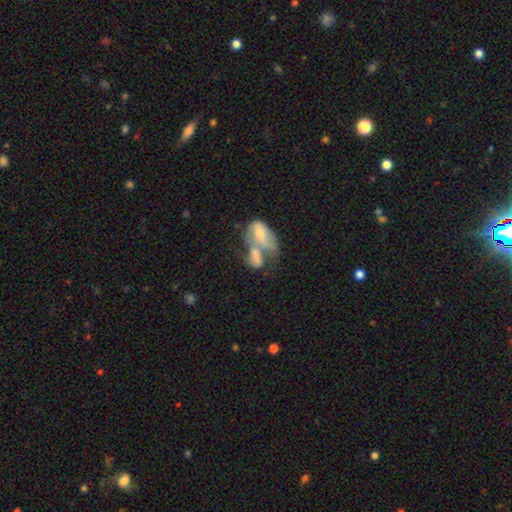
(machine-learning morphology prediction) A smooth galaxy with no disk features (53%) that is in between round and cigar-shaped (87%). Merging: merger (72%).